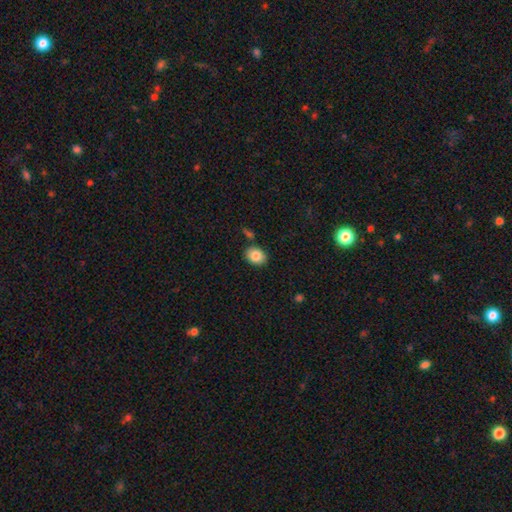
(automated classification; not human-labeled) The model was most divided on "how rounded": in between: 57%, round: 42%, cigar-shaped: 1%. More confident: smooth or featured — smooth (84%); merging — none (82%).